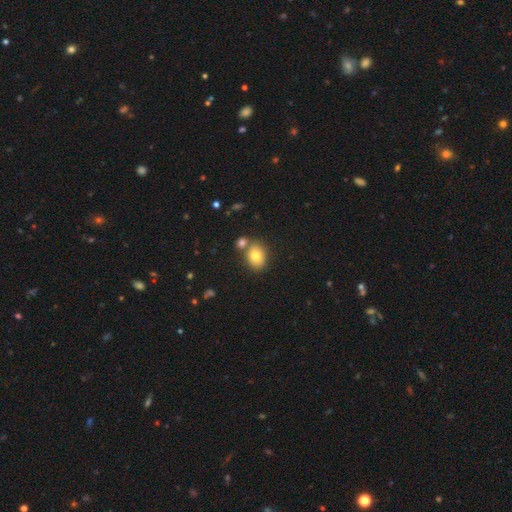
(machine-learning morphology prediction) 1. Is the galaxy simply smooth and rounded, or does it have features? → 79% smooth, 11% featured or disk, 10% star or artifact.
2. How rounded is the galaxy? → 59% in between, 40% round, 1% cigar-shaped.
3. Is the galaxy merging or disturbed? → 66% none, 21% merger, 10% minor disturbance, 3% major disturbance.